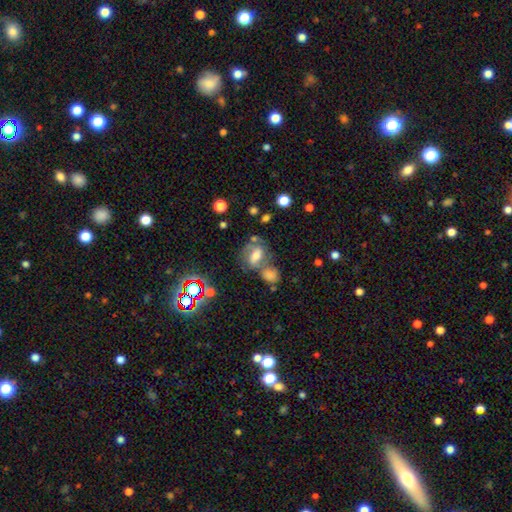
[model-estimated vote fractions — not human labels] A smooth galaxy with no disk features (47%).

Vote fractions:
- Smooth or featured? smooth: 47% / featured or disk: 36% / star or artifact: 16%
- Merging? none: 38% / merger: 36% / minor disturbance: 16% / major disturbance: 11%